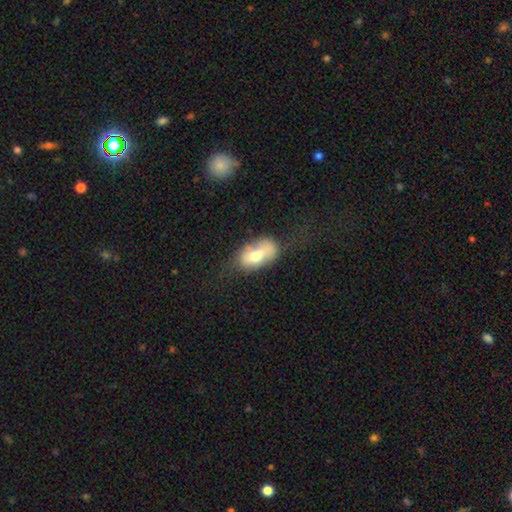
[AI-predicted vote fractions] A smooth galaxy with no disk features (62%) that is in between round and cigar-shaped (89%).

Vote fractions:
- Smooth or featured? smooth: 62% / featured or disk: 31% / star or artifact: 8%
- How rounded? in between: 89% / round: 6% / cigar-shaped: 4%
- Merging? none: 39% / minor disturbance: 26% / merger: 18% / major disturbance: 17%